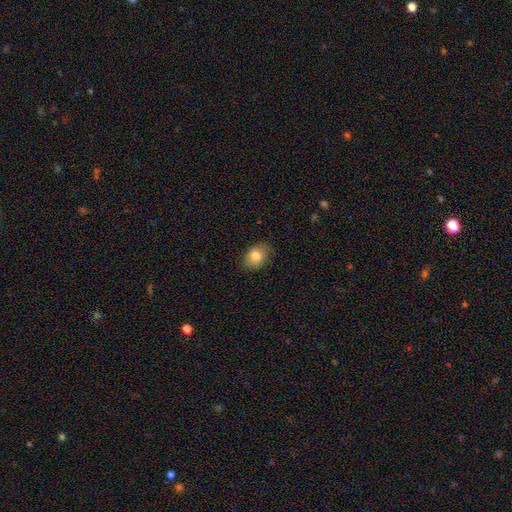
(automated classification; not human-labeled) A smooth galaxy with no disk features (82%) that is in between round and cigar-shaped (72%). Merging: none (84%).